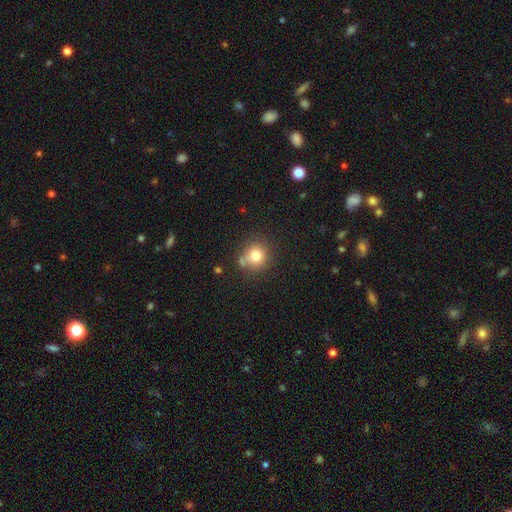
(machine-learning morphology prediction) The model was most divided on "merging": none: 70%, minor disturbance: 14%, merger: 12%, major disturbance: 4%. More confident: how rounded — round (88%); smooth or featured — smooth (78%).